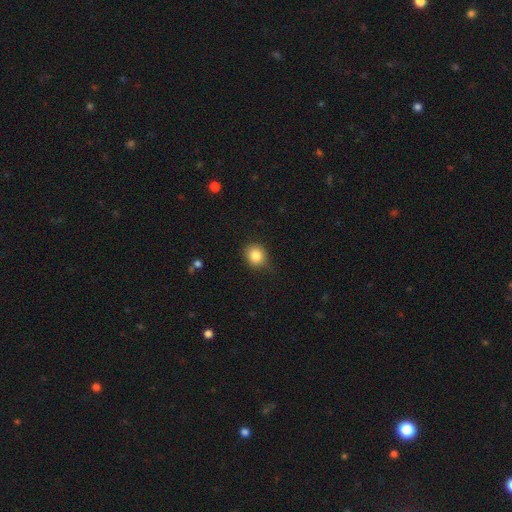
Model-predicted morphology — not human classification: Smooth or featured: smooth — 84% (star or artifact — 10%)
How rounded: round — 77% (in between — 22%)
Merging: none — 76% (minor disturbance — 19%)